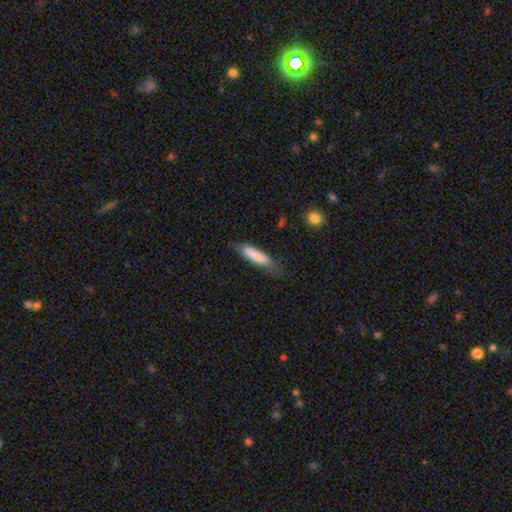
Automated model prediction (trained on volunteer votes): smooth 80%, featured or disk 14%, star or artifact 6%. Down the decision tree: how rounded — cigar-shaped (71%); merging — none (64%).